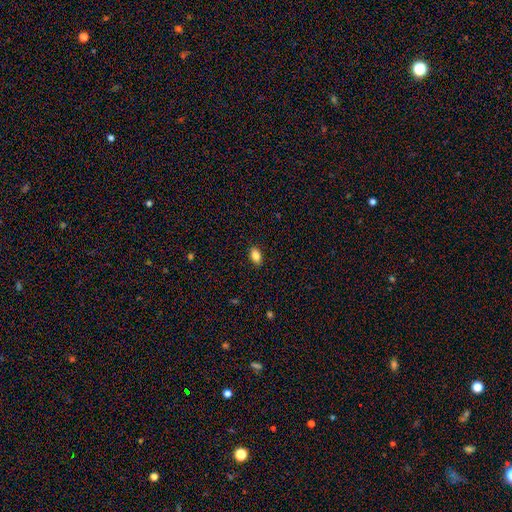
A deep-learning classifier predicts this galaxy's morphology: smooth 85%, star or artifact 9%, featured or disk 7%. Down the decision tree: how rounded — in between (88%); merging — none (89%).